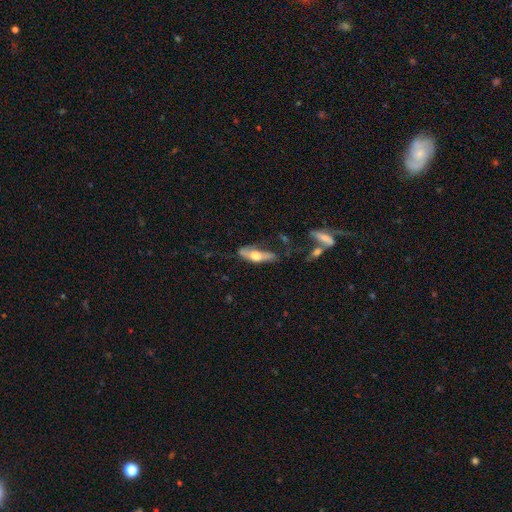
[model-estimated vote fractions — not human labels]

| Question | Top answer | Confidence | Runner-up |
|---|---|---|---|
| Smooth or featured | featured or disk | 50% | smooth (44%) |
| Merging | none | 56% | minor disturbance (26%) |